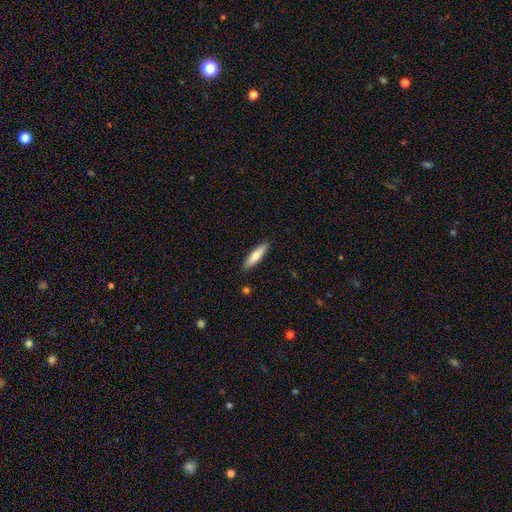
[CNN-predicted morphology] Smooth or featured: smooth — 73% (featured or disk — 21%)
How rounded: cigar-shaped — 68% (in between — 31%)
Merging: none — 89% (minor disturbance — 8%)